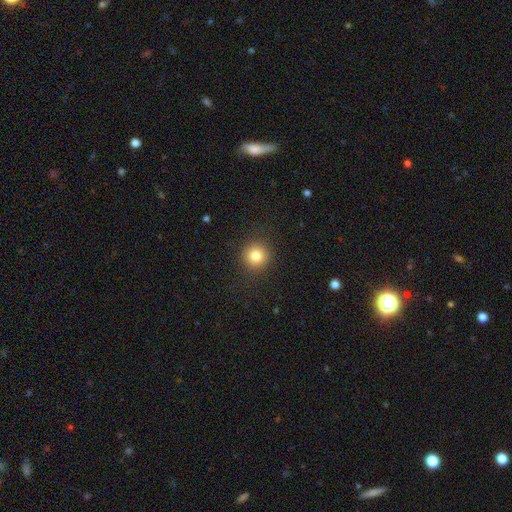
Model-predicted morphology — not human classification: A smooth galaxy with no disk features (83%) that is round (94%). Merging: none (90%).